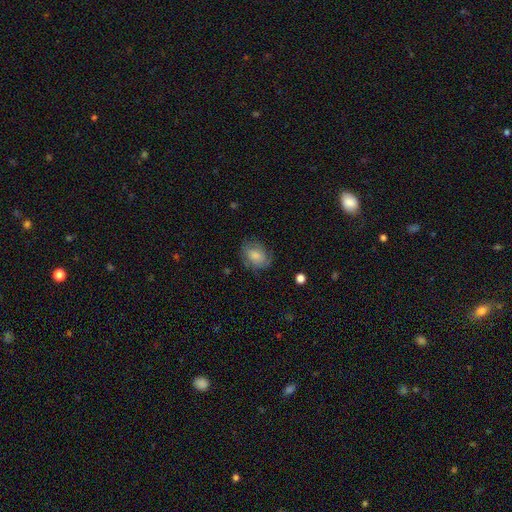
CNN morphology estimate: Overall: smooth (61%; featured or disk 31%). How rounded: in between (67%; round 32%). Merging: none (68%).